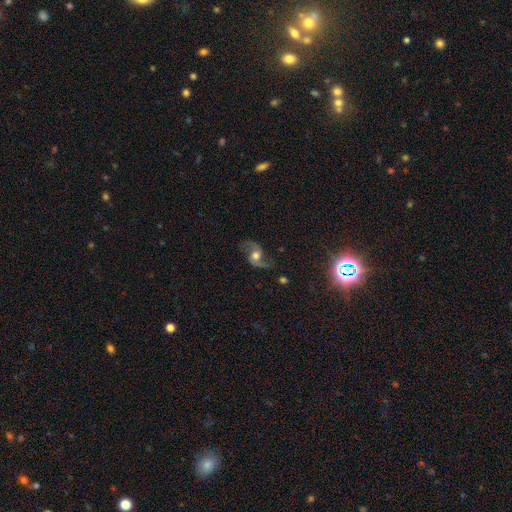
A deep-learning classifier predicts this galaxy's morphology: Smooth or featured? Predicted: featured or disk (p=0.80). Edge-on disk? Predicted: no (p=0.96). Bar? Predicted: no (p=0.67). Spiral arms? Predicted: yes (p=0.94). Spiral winding? Predicted: loose (p=0.76). Spiral arm count? Predicted: 2 (p=0.93). Bulge size? Predicted: moderate (p=0.62). Merging? Predicted: none (p=0.69).